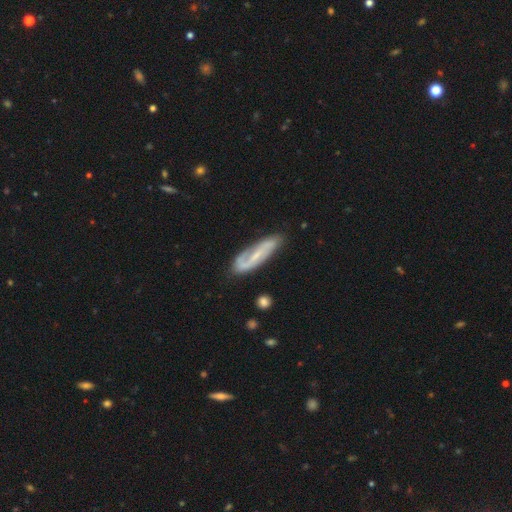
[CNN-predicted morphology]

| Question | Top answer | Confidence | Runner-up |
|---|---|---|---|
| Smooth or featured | featured or disk | 71% | smooth (22%) |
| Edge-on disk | no | 82% | yes (18%) |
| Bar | no | 37% | tied: weak (37%) |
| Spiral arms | yes | 88% | no (12%) |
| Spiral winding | loose | 38% | tied: medium (38%) |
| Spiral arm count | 2 | 74% | 1 (12%) |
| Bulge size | small | 65% | moderate (18%) |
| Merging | none | 70% | minor disturbance (20%) |